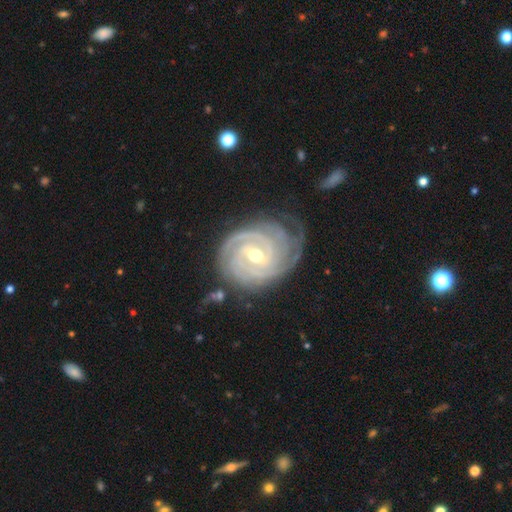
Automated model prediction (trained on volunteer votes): Morphology: type=featured or disk (92%); edge-on=no (97%); bar=weak (52%); spiral arms=yes (98%); winding=tight (81%); arm count=3 (32%); bulge=moderate (64%); merging=none (69%).